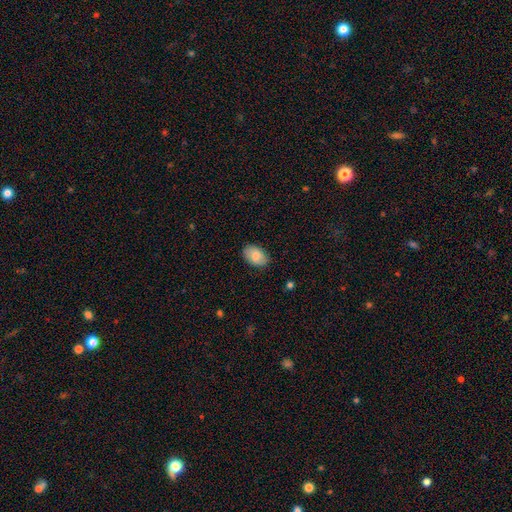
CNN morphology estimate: type=smooth (82%); roundness=in between (89%); merging=none (85%).